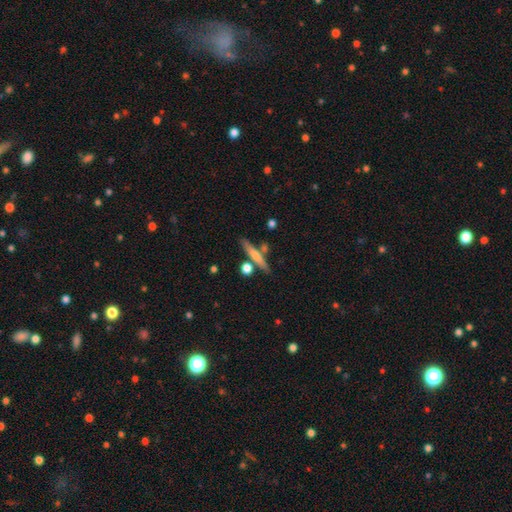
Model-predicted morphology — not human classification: Smooth or featured?
  - smooth: 56% *
  - featured or disk: 38%
  - star or artifact: 7%
How rounded?
  - cigar-shaped: 90% *
  - in between: 7%
  - round: 4%
Merging?
  - none: 76% *
  - merger: 11%
  - minor disturbance: 11%
  - major disturbance: 3%